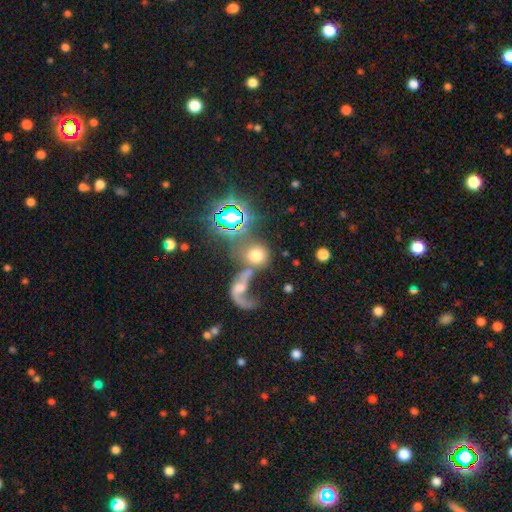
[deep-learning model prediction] Morphology: type=smooth (57%); roundness=round (73%); merging=merger (47%).